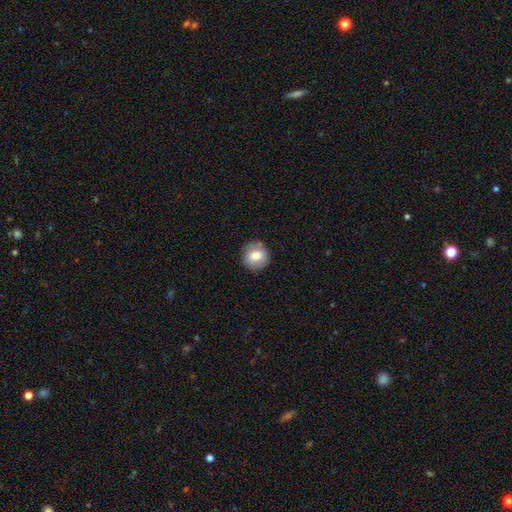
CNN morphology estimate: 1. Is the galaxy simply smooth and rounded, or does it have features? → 75% smooth, 17% featured or disk, 8% star or artifact.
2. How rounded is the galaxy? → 89% round, 10% in between, 1% cigar-shaped.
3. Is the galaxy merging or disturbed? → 84% none, 12% minor disturbance, 3% major disturbance, 1% merger.